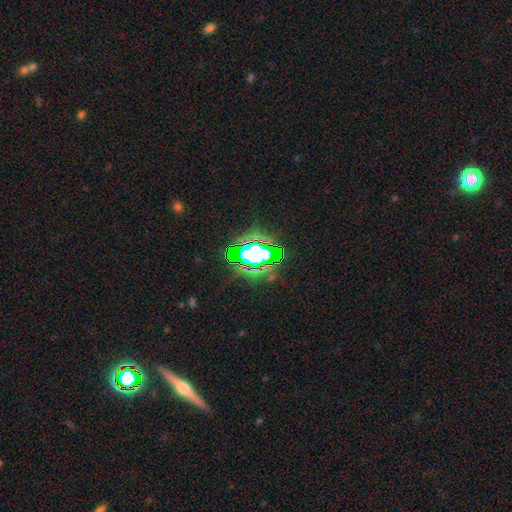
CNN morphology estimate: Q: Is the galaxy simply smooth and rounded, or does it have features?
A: star or artifact — 60%.